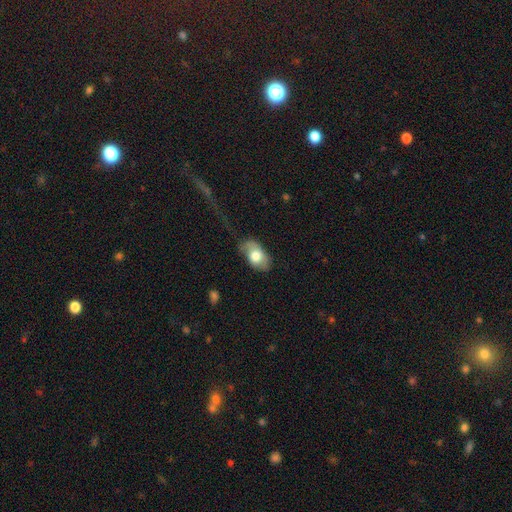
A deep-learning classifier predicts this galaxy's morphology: type=smooth (73%); roundness=in between (91%); merging=none (56%).